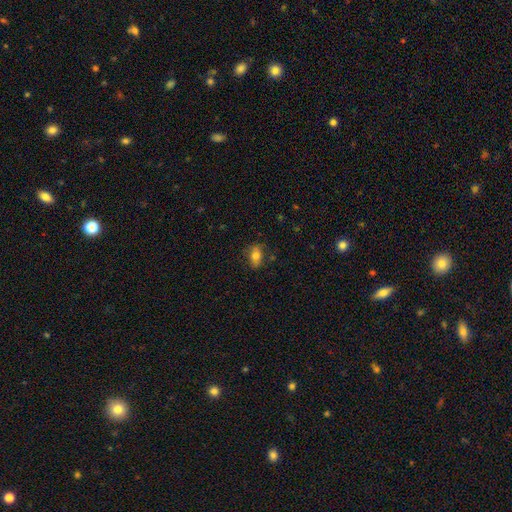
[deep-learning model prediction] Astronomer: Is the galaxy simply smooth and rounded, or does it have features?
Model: smooth — 73%.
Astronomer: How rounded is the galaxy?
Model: in between — 80%.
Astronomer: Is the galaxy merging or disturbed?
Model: none — 74%.